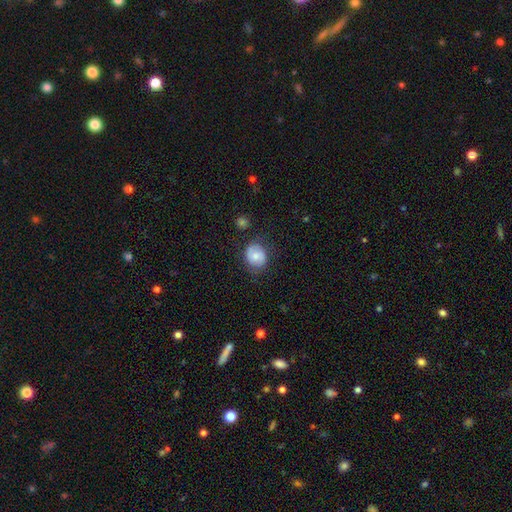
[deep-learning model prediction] The model was most divided on "smooth or featured": smooth: 57%, featured or disk: 35%, star or artifact: 8%. More confident: merging — none (69%); how rounded — round (64%).